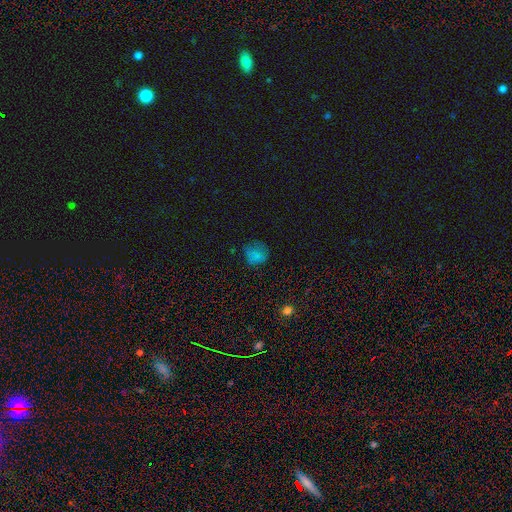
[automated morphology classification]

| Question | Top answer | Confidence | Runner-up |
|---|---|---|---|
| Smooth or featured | smooth | 69% | star or artifact (21%) |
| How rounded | round | 81% | in between (18%) |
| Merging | none | 70% | minor disturbance (20%) |